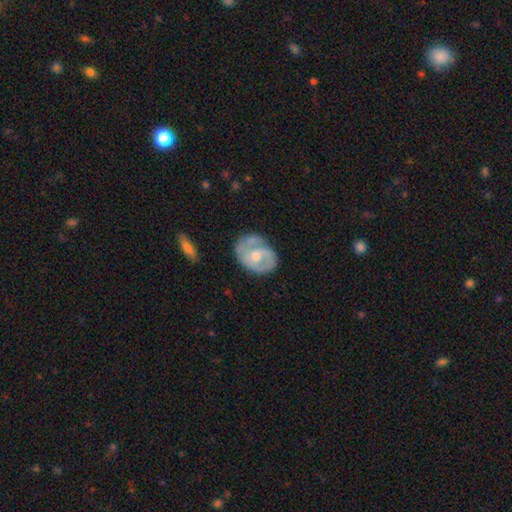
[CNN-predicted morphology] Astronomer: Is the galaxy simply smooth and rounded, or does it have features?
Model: featured or disk — 62%.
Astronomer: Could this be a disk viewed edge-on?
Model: no — 97%.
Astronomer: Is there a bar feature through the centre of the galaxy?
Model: no — 61%.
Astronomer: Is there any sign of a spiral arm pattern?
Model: yes — 67%.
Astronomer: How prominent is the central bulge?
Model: moderate — 57% (runner-up: small, 34%).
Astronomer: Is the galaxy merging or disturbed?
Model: none — 57%.